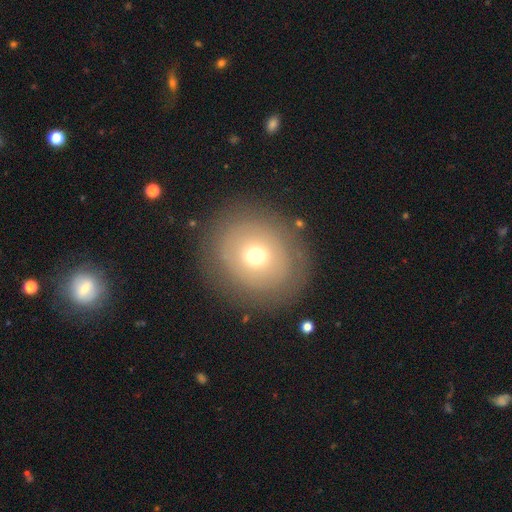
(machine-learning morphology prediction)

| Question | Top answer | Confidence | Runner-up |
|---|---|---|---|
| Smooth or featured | smooth | 60% | featured or disk (26%) |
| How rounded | round | 77% | in between (22%) |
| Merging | none | 80% | minor disturbance (11%) |